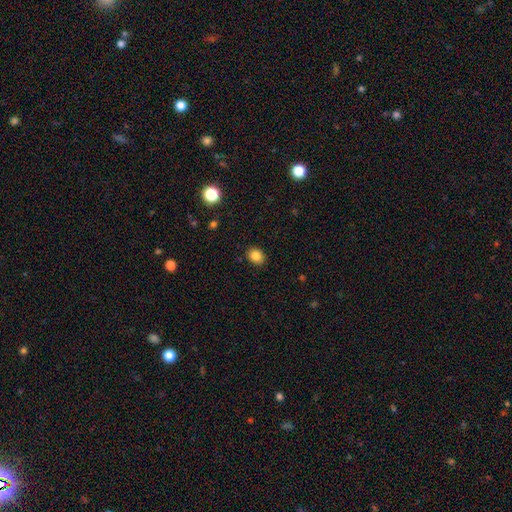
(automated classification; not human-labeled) Smooth or featured?
  - smooth: 84% *
  - star or artifact: 10%
  - featured or disk: 5%
How rounded?
  - in between: 50% *
  - round: 49%
  - cigar-shaped: 1%
Merging?
  - none: 89% *
  - minor disturbance: 8%
  - major disturbance: 2%
  - merger: 1%